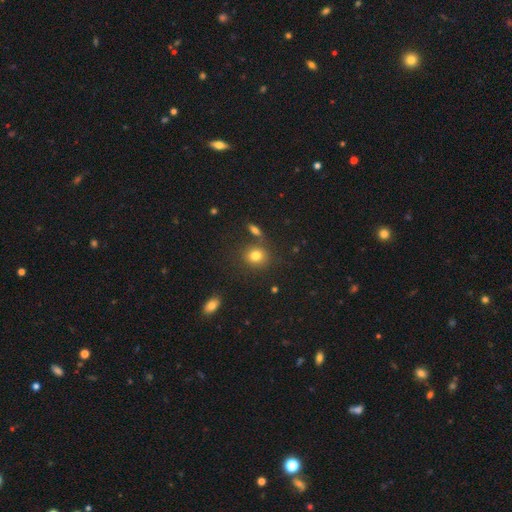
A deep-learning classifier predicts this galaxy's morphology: Q: Smooth or featured?
A: smooth (78%); runner-up: star or artifact (12%)
Q: How rounded?
A: round (74%); runner-up: in between (25%)
Q: Merging?
A: none (75%); runner-up: minor disturbance (11%)